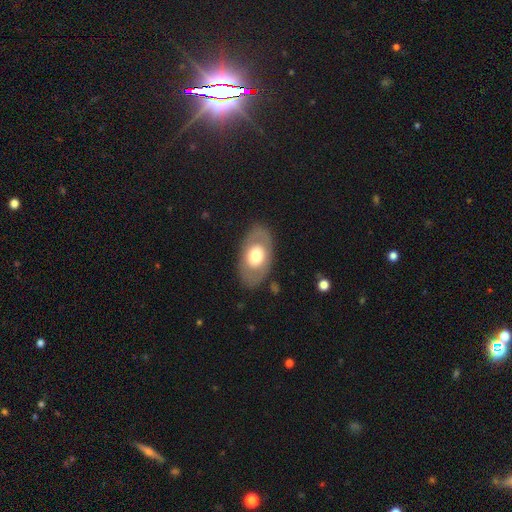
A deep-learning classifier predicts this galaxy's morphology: This is possibly a smooth galaxy (53%). How rounded: clearly in between (88%). Merging: clearly none (82%).